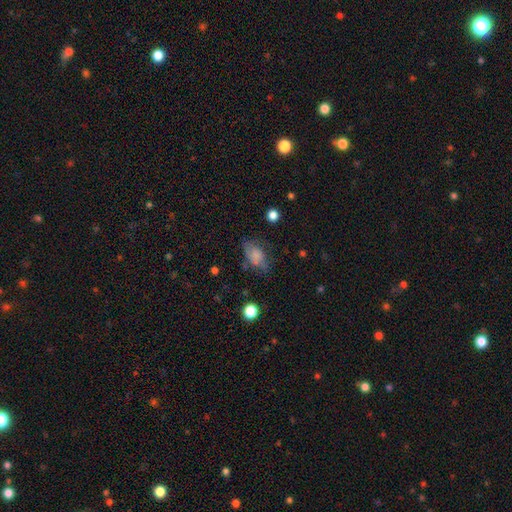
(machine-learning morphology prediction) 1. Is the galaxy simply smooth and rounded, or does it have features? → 71% smooth, 18% featured or disk, 11% star or artifact.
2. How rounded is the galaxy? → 86% in between, 11% round, 3% cigar-shaped.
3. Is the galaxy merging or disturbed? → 53% none, 28% minor disturbance, 15% major disturbance, 4% merger.